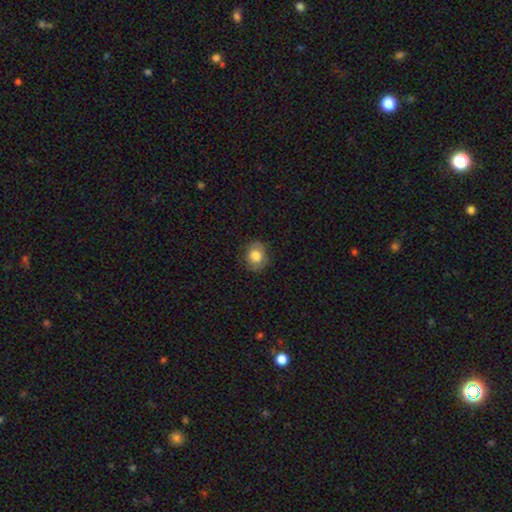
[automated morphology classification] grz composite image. It shows a smooth galaxy with no disk features (78%) that is round (58%). Merging: none (81%).